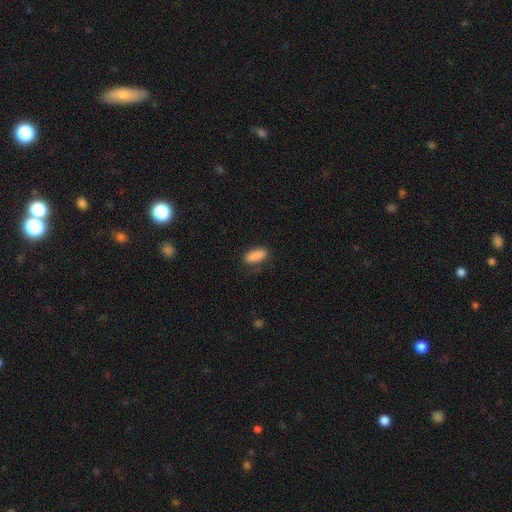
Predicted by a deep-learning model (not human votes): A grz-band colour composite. It shows a smooth galaxy with no disk features (88%) that is in between round and cigar-shaped (79%). Merging: none (76%).